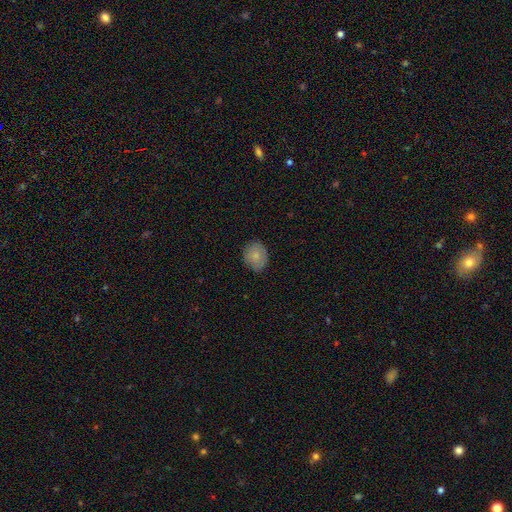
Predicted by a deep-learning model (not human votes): smooth_or_featured: smooth (p=0.80) [alt: featured or disk p=0.12]
how_rounded: round (p=0.60) [alt: in between p=0.40]
merging: none (p=0.80) [alt: minor disturbance p=0.17]